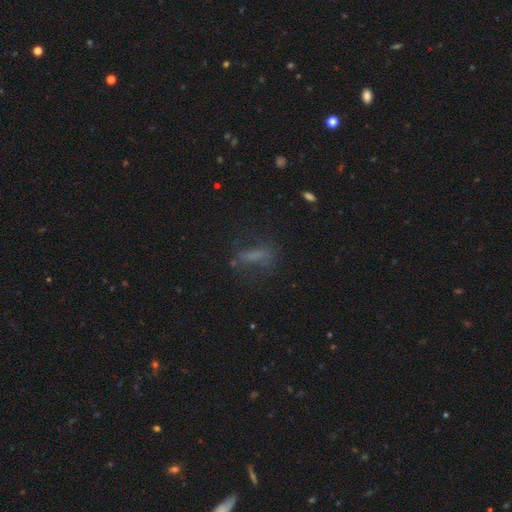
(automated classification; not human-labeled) Smooth or featured: smooth — 51% (featured or disk — 29%)
How rounded: cigar-shaped — 64% (in between — 32%)
Merging: none — 60% (minor disturbance — 19%)